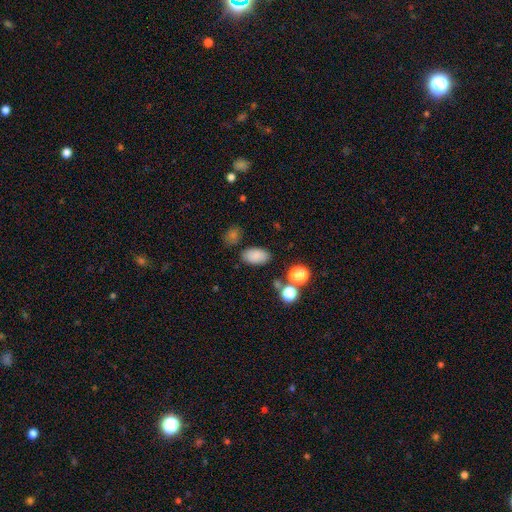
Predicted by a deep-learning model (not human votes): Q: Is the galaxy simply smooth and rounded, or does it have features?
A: smooth — 83%.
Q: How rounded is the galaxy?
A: in between — 92%.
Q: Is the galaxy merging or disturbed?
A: none — 81%.